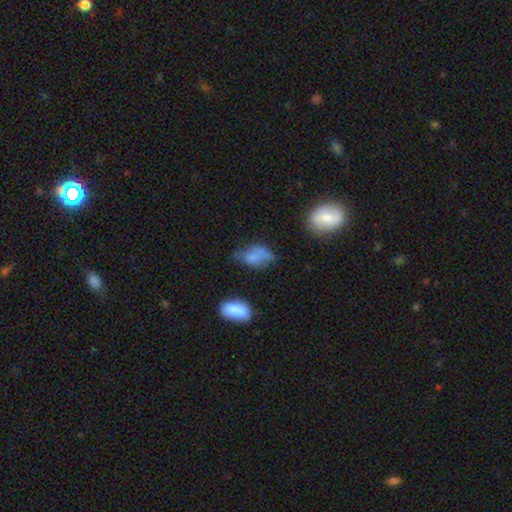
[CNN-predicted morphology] Smooth or featured? Predicted: smooth (p=0.68). How rounded? Predicted: in between (p=0.88). Merging? Predicted: minor disturbance (p=0.36).